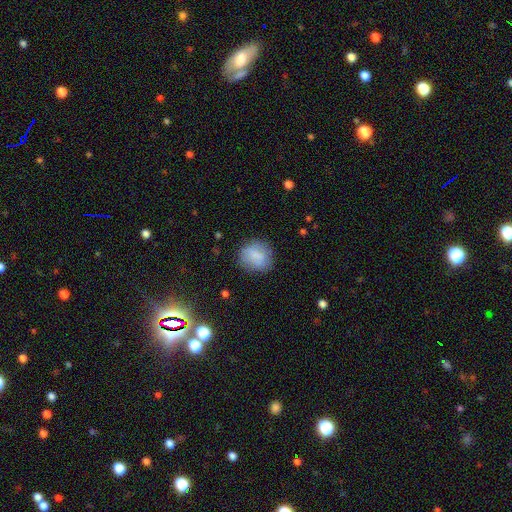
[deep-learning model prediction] Smooth or featured? Predicted: smooth (p=0.78). How rounded? Predicted: round (p=0.66). Merging? Predicted: none (p=0.74).